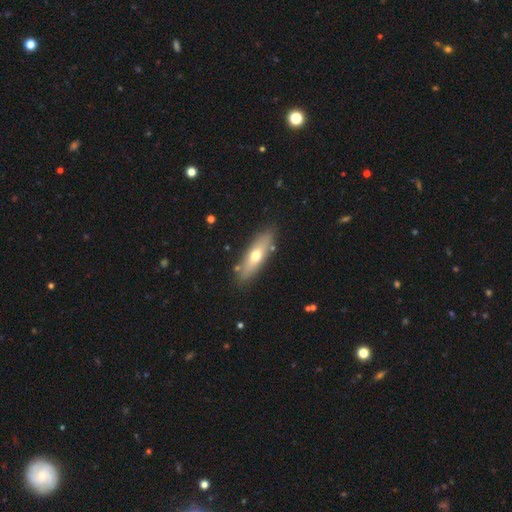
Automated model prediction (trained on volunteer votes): Morphology: type=smooth (57%); roundness=cigar-shaped (53%); merging=none (83%).